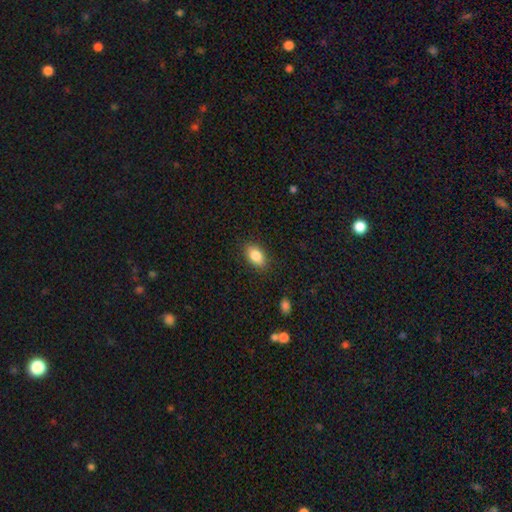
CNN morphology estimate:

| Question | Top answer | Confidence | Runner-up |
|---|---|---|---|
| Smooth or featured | smooth | 85% | star or artifact (8%) |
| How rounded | in between | 89% | round (9%) |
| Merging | none | 86% | minor disturbance (10%) |